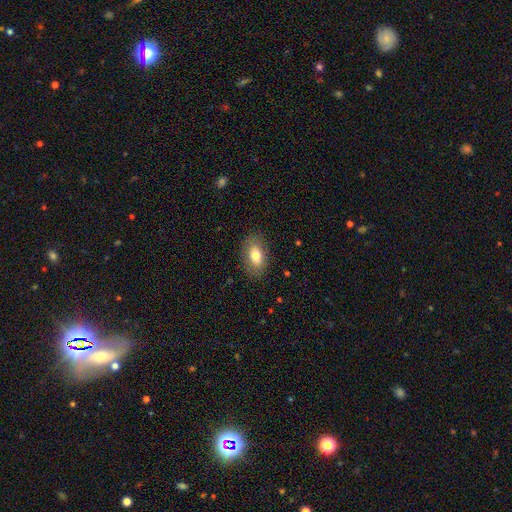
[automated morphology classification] This appears to be a smooth galaxy with no disk features (75%) that is in between round and cigar-shaped (89%). Merging: none (85%).